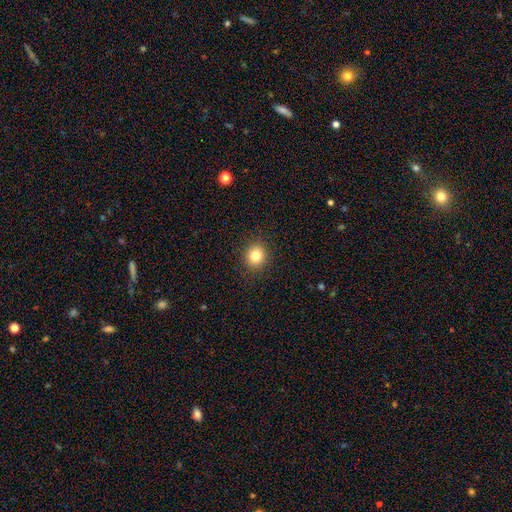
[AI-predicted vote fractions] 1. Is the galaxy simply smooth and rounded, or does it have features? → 82% smooth, 12% star or artifact, 7% featured or disk.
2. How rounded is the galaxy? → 83% round, 17% in between, 1% cigar-shaped.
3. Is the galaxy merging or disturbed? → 91% none, 6% minor disturbance, 2% major disturbance, 1% merger.